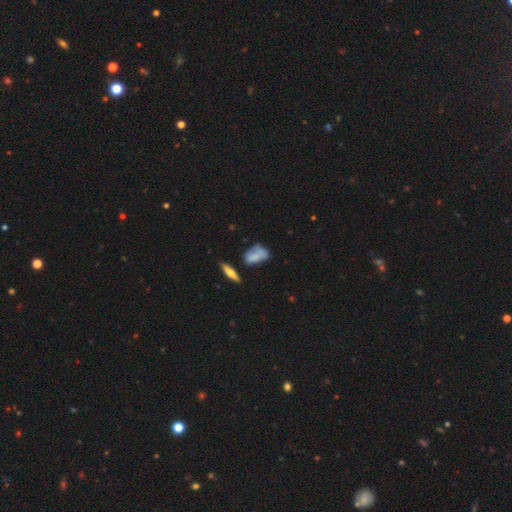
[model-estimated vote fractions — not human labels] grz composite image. It shows a smooth galaxy with no disk features (69%) that is in between round and cigar-shaped (83%). Merging: none (47%).